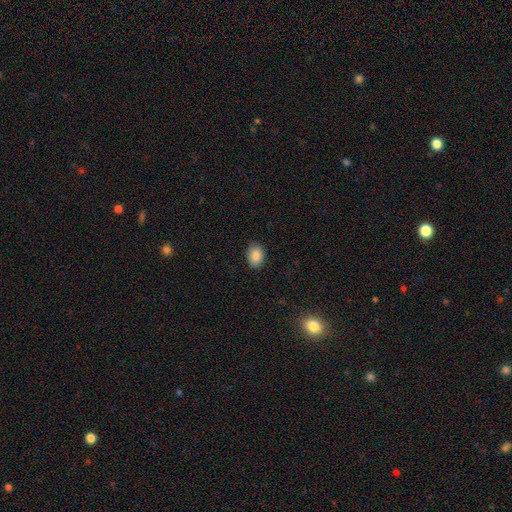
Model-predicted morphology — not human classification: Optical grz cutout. It shows a smooth galaxy with no disk features (87%) that is in between round and cigar-shaped (77%). Merging: none (85%).